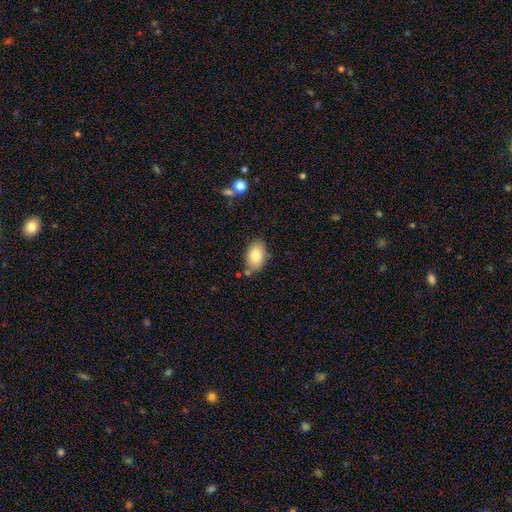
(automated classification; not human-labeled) Overall: smooth (81%). How rounded: in between (89%). Merging: none (75%).